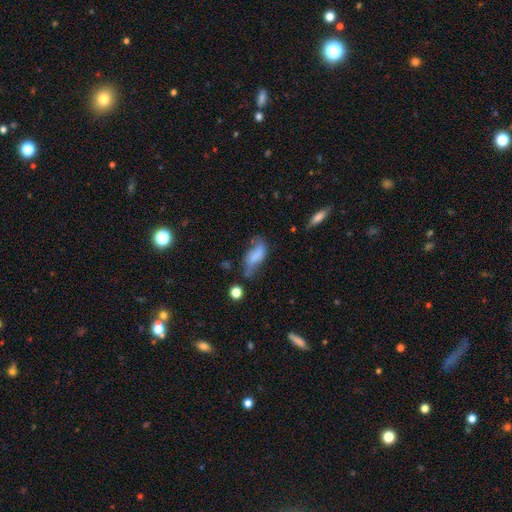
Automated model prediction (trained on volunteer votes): Smooth or featured? Predicted: smooth (p=0.64). How rounded? Predicted: in between (p=0.81). Merging? Predicted: none (p=0.36).